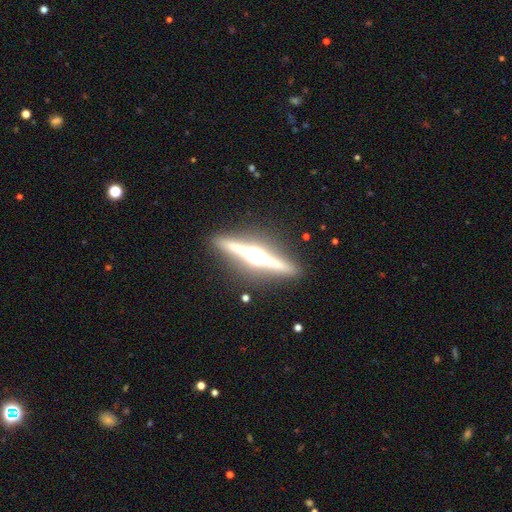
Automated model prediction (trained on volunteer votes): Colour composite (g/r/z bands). It shows a featured or disk galaxy (82%) viewed edge-on (97%) with a rounded central bulge (92%). Merging: none (88%).